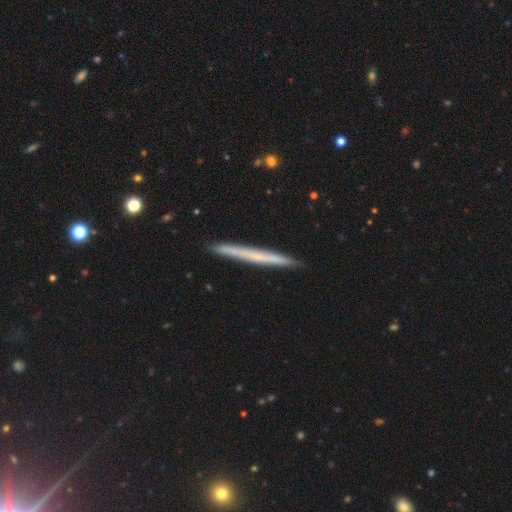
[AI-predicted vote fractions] Q: Smooth or featured?
A: smooth (50%); runner-up: featured or disk (44%)
Q: Merging?
A: none (91%); runner-up: minor disturbance (7%)